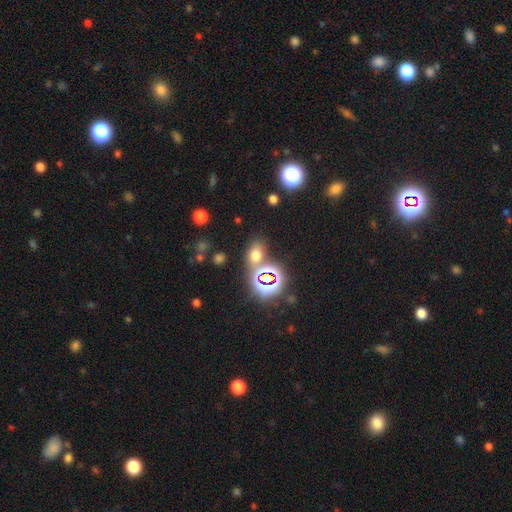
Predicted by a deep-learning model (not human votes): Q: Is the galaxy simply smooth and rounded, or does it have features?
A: smooth — 56%.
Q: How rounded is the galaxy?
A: in between — 66%.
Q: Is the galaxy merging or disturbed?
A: none — 68%.